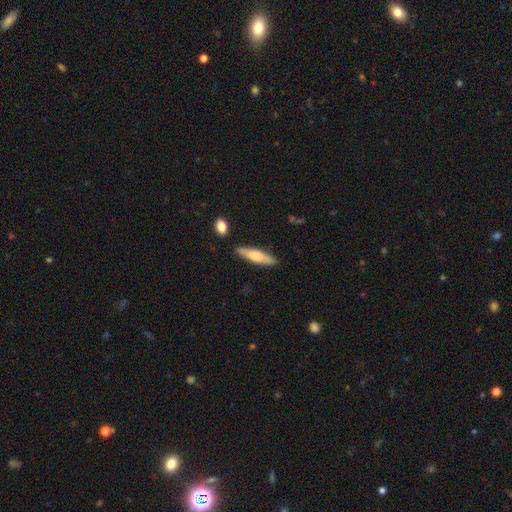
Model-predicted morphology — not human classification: Overall: smooth (57%; featured or disk 38%). How rounded: cigar-shaped (77%). Merging: none (85%).